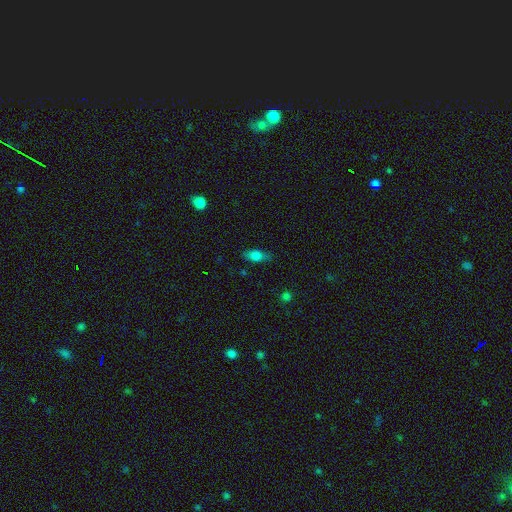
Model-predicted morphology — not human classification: smooth-or-featured: smooth: 71% | featured or disk: 19% | star or artifact: 9%
  how-rounded: in between: 76% | cigar-shaped: 18% | round: 6%
  merging: none: 78% | minor disturbance: 17% | major disturbance: 4% | merger: 1%